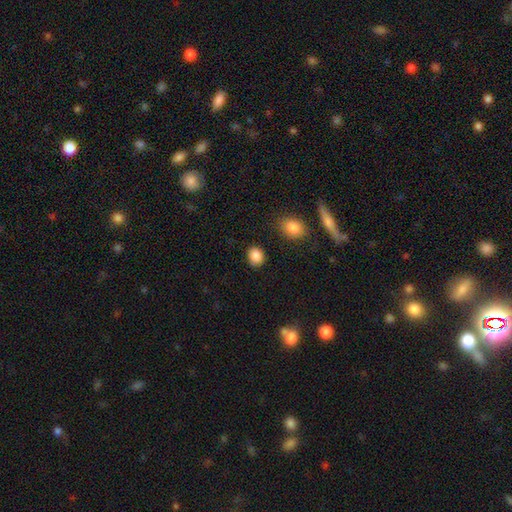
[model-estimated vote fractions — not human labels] Overall: smooth (87%). How rounded: round (63%; in between 36%). Merging: none (85%).